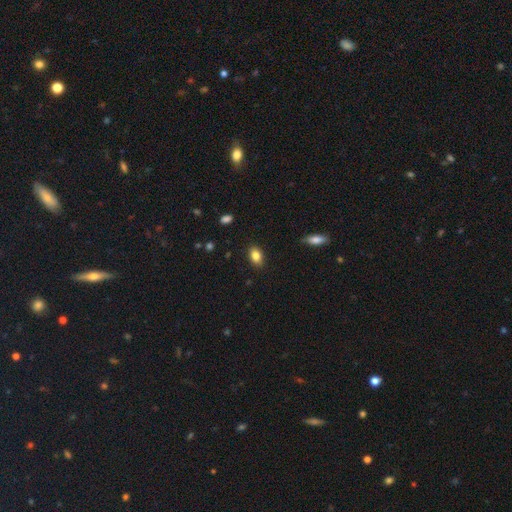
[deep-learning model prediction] Smooth or featured? smooth (85%)
How rounded? in between (83%)
Merging? none (87%)